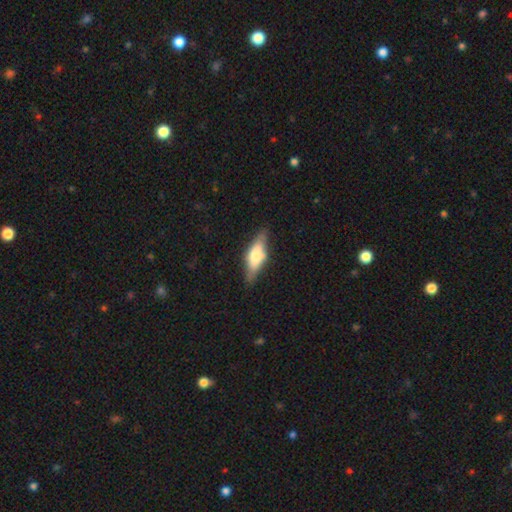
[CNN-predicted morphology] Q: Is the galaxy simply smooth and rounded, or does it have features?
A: smooth — 51%.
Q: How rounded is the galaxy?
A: in between — 51%.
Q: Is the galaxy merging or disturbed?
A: none — 78%.